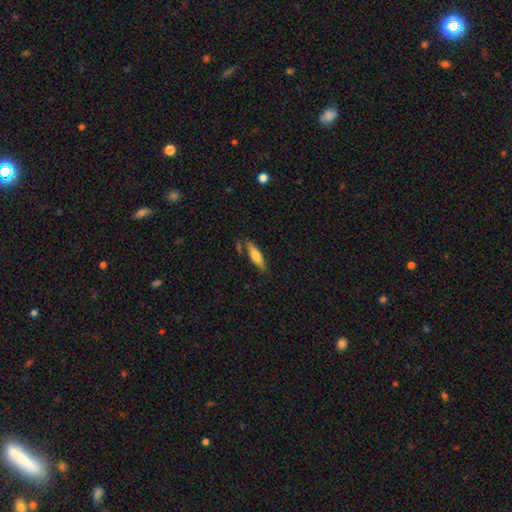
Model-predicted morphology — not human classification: Smooth or featured: smooth — 62% (featured or disk — 32%)
How rounded: cigar-shaped — 62% (in between — 36%)
Merging: none — 75% (minor disturbance — 16%)